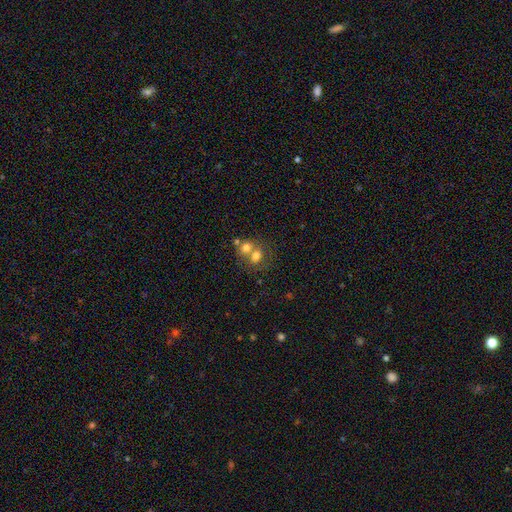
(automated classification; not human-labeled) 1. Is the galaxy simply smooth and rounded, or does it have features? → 71% smooth, 18% featured or disk, 12% star or artifact.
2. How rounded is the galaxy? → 63% round, 36% in between, 1% cigar-shaped.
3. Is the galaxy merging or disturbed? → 60% merger, 30% none, 6% minor disturbance, 3% major disturbance.